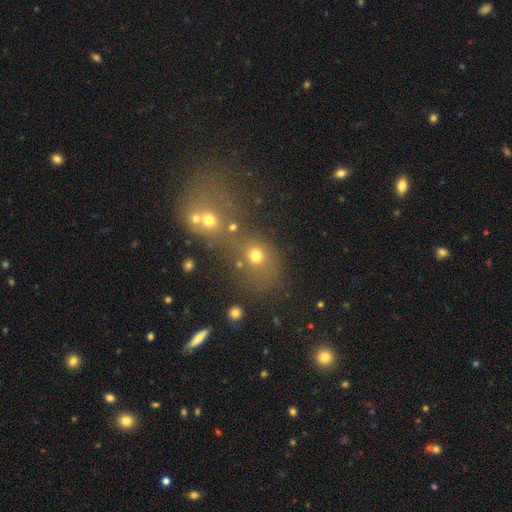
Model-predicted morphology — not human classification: A smooth galaxy with no disk features (67%) that is round (70%).

Vote fractions:
- Smooth or featured? smooth: 67% / star or artifact: 20% / featured or disk: 13%
- How rounded? round: 70% / in between: 28% / cigar-shaped: 2%
- Merging? merger: 42% / none: 40% / minor disturbance: 9% / major disturbance: 8%